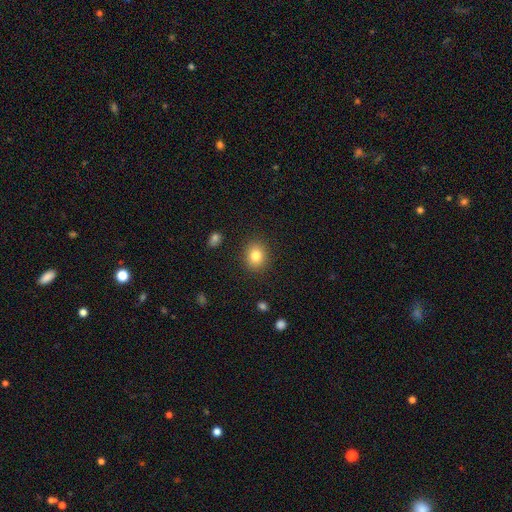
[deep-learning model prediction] Morphology: type=smooth (82%); roundness=round (64%); merging=none (88%).